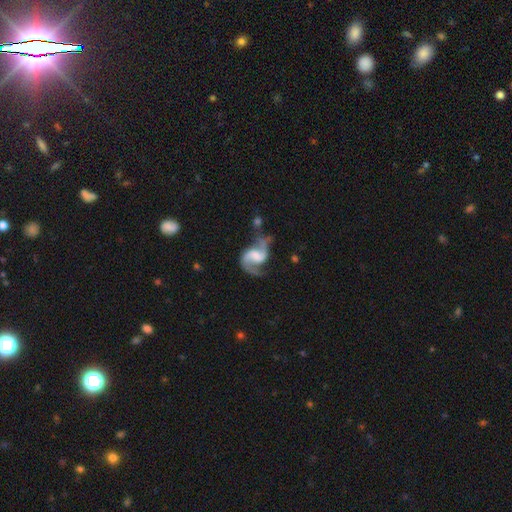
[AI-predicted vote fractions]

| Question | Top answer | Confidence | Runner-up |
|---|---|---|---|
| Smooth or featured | featured or disk | 89% | smooth (6%) |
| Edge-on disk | no | 98% | yes (2%) |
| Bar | weak | 50% | no (30%) |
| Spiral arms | yes | 97% | no (3%) |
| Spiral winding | medium | 46% | loose (45%) |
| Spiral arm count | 2 | 88% | 1 (7%) |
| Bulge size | none | 31% | moderate (29%) |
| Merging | none | 52% | minor disturbance (21%) |